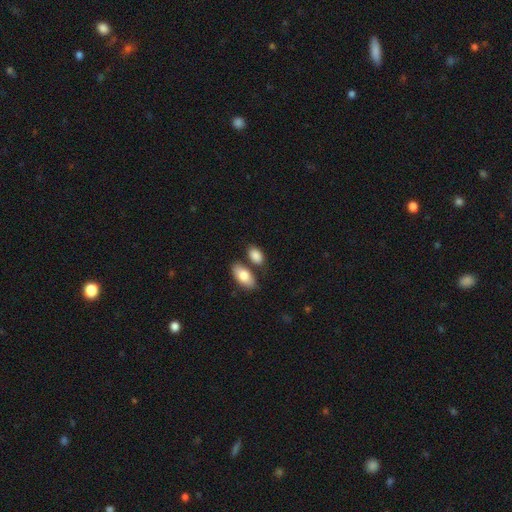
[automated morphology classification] smooth 85%, featured or disk 8%, star or artifact 6%. Down the decision tree: how rounded — in between (90%); merging — none (63%).